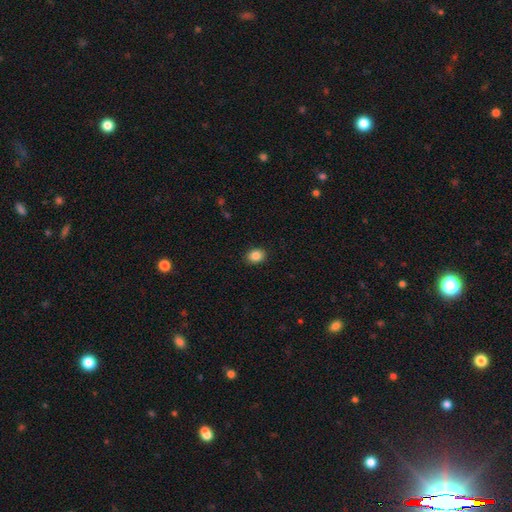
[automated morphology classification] Smooth or featured? Predicted: smooth (p=0.87). How rounded? Predicted: in between (p=0.60). Merging? Predicted: none (p=0.90).